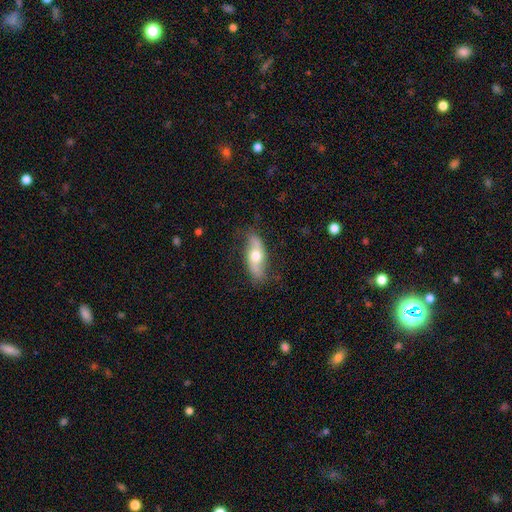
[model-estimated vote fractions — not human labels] Overall: featured or disk (59%; smooth 35%). Edge-on disk: no (70%). Merging: none (76%).